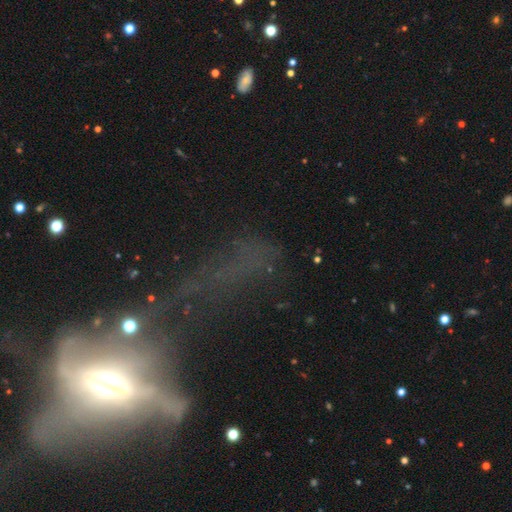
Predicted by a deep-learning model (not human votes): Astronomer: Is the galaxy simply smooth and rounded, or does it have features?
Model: featured or disk — 51% (runner-up: star or artifact, 28%).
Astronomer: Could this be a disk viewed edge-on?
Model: no — 68%.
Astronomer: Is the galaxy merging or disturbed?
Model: major disturbance — 47% (runner-up: none, 27%).